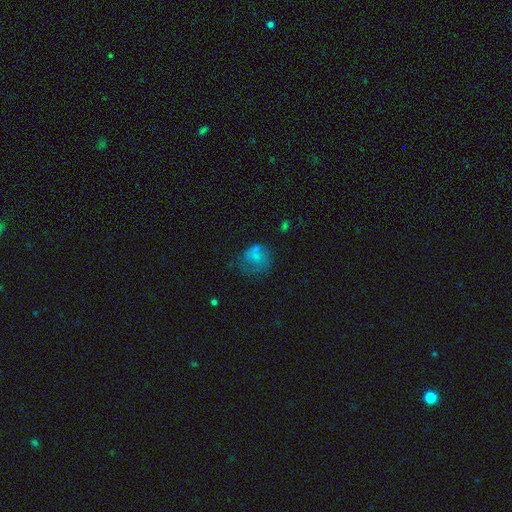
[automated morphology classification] Smooth or featured: smooth — 64% (featured or disk — 24%)
How rounded: round — 70% (in between — 29%)
Merging: none — 39% (major disturbance — 27%)